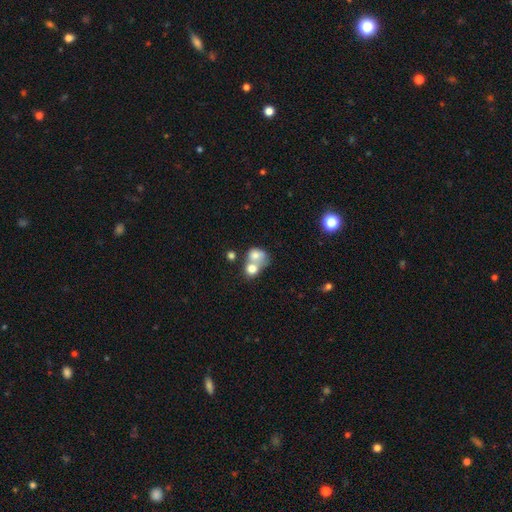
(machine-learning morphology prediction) This appears to be a smooth galaxy with no disk features (71%) that is round (58%). Merging: merger (68%).